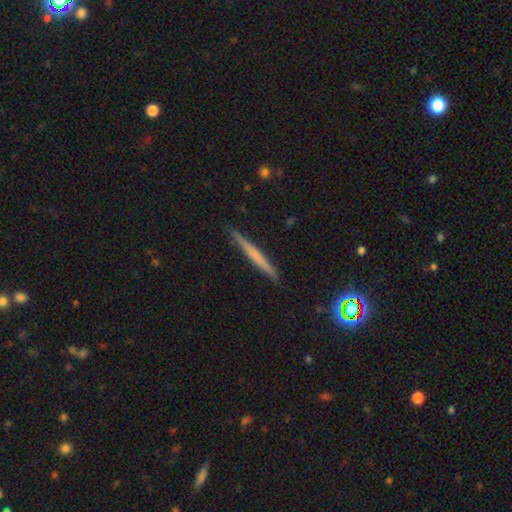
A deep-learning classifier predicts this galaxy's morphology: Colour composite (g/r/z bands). It shows a smooth galaxy with no disk features (47%). Merging: none (91%).